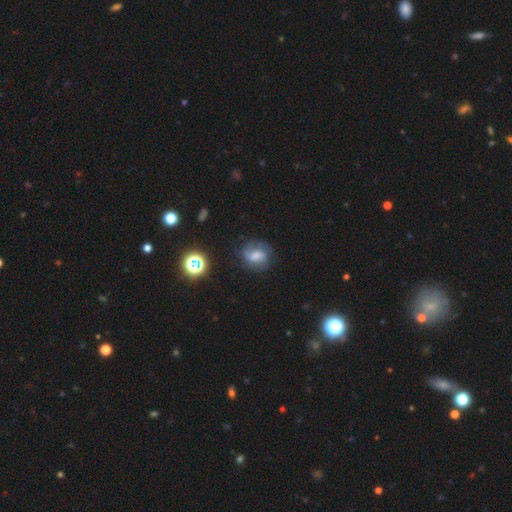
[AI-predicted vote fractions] Q: Smooth or featured?
A: smooth (45%); runner-up: featured or disk (40%)
Q: Merging?
A: none (60%); runner-up: minor disturbance (24%)